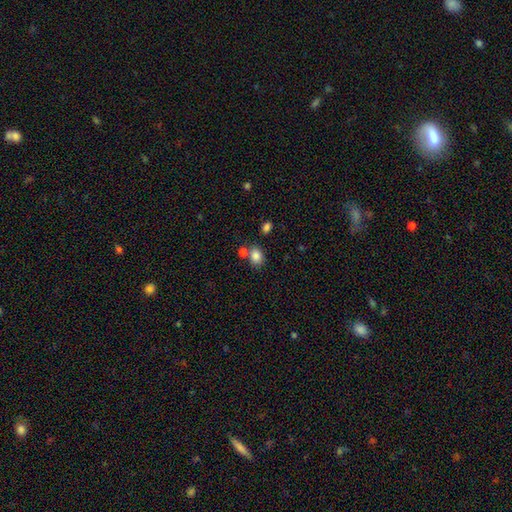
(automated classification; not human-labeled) The model was most divided on "how rounded": in between: 59%, round: 40%, cigar-shaped: 1%. More confident: smooth or featured — smooth (85%); merging — none (63%).